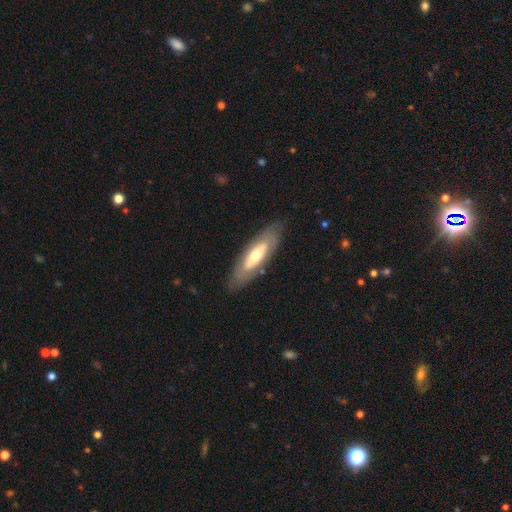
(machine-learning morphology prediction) Smooth or featured: featured or disk — 54% (smooth — 41%)
Edge-on disk: no — 69% (yes — 31%)
Merging: none — 82% (minor disturbance — 12%)